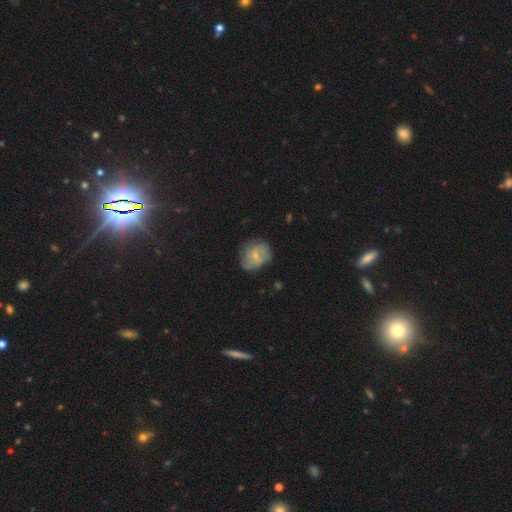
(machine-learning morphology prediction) type=featured or disk (47%); merging=none (64%).